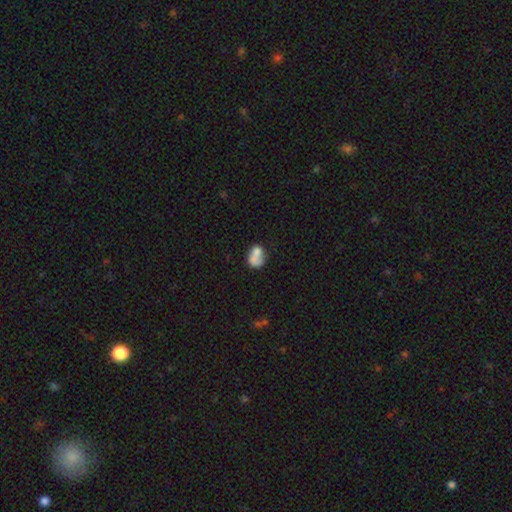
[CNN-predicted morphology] smooth_or_featured: smooth (p=0.64) [alt: featured or disk p=0.26]
how_rounded: in between (p=0.70) [alt: round p=0.28]
merging: merger (p=0.41) [alt: none p=0.28]